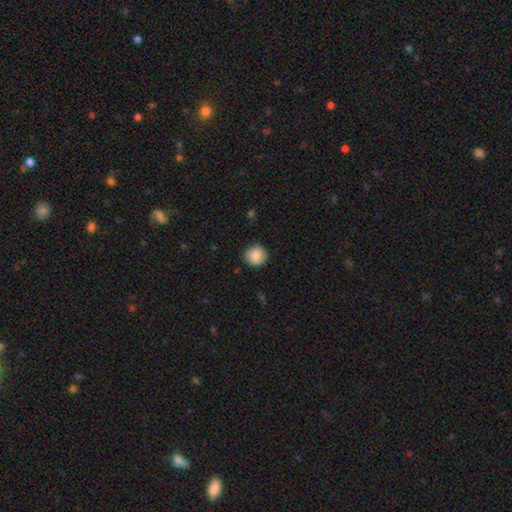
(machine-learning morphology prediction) Smooth or featured: smooth — 87% (star or artifact — 8%)
How rounded: round — 92% (in between — 7%)
Merging: none — 87% (minor disturbance — 10%)